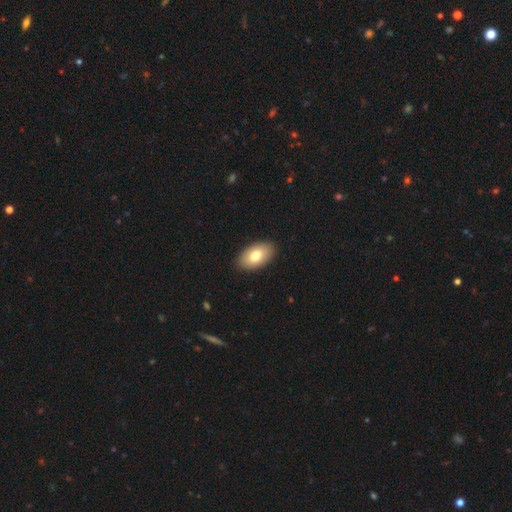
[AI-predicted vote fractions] Morphology: type=smooth (77%); roundness=in between (95%); merging=none (89%).